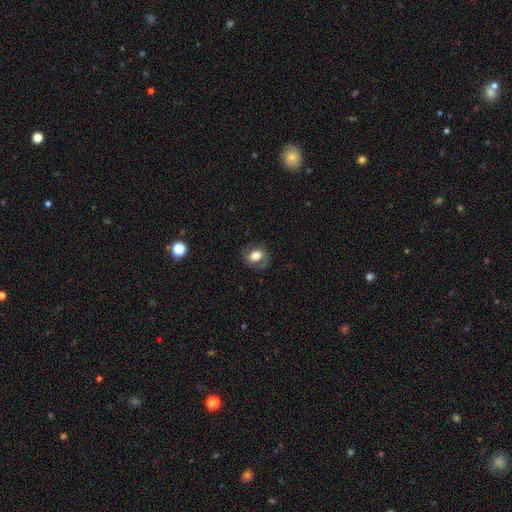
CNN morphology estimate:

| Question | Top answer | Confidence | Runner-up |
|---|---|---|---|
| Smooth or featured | smooth | 55% | featured or disk (36%) |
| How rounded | in between | 52% | round (46%) |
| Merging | none | 76% | minor disturbance (16%) |